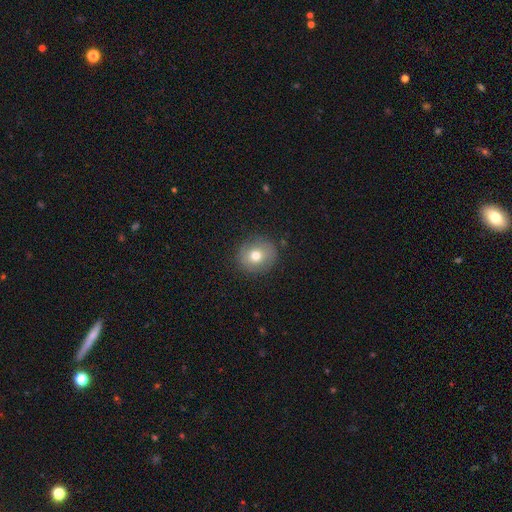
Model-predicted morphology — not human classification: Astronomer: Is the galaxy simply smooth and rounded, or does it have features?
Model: smooth — 73%.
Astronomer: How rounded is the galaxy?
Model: round — 85%.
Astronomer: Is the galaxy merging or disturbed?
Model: none — 86%.